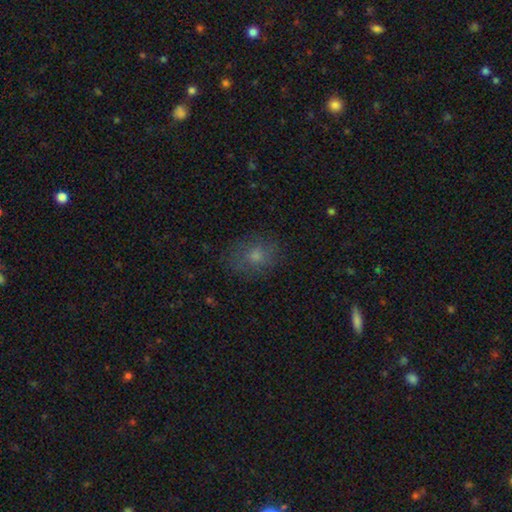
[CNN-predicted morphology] Smooth or featured? smooth (65%)
How rounded? round (50%)
Merging? none (77%)